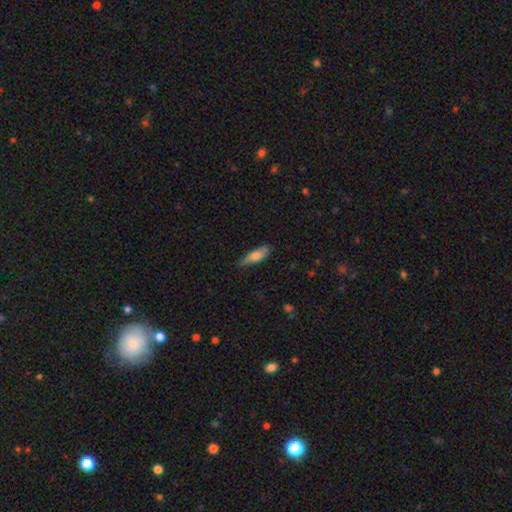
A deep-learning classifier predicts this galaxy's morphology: Smooth or featured? Predicted: smooth (p=0.74). How rounded? Predicted: in between (p=0.56). Merging? Predicted: none (p=0.70).